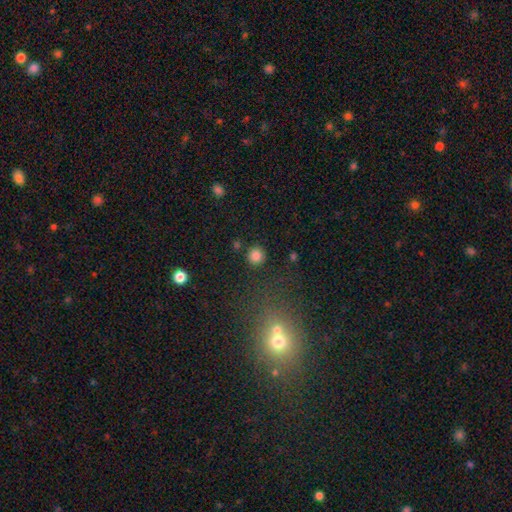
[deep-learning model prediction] Morphology: type=smooth (84%); roundness=round (93%); merging=none (88%).